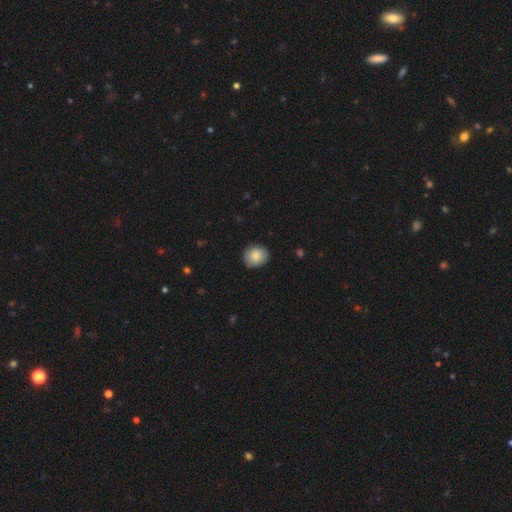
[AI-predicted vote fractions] smooth_or_featured: smooth (p=0.85) [alt: featured or disk p=0.08]
how_rounded: round (p=0.80) [alt: in between p=0.19]
merging: none (p=0.88) [alt: minor disturbance p=0.09]